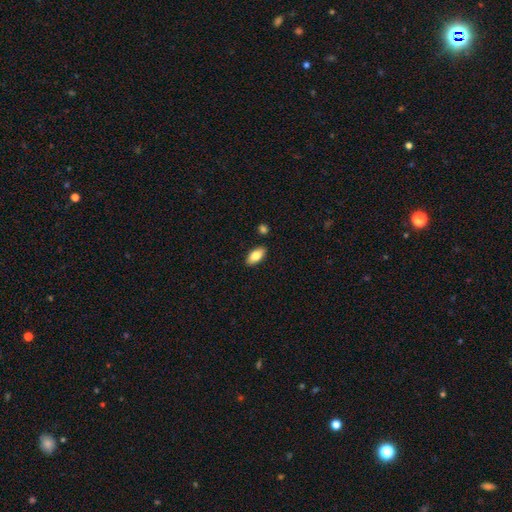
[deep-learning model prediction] Overall: smooth (83%). How rounded: in between (92%). Merging: none (88%).